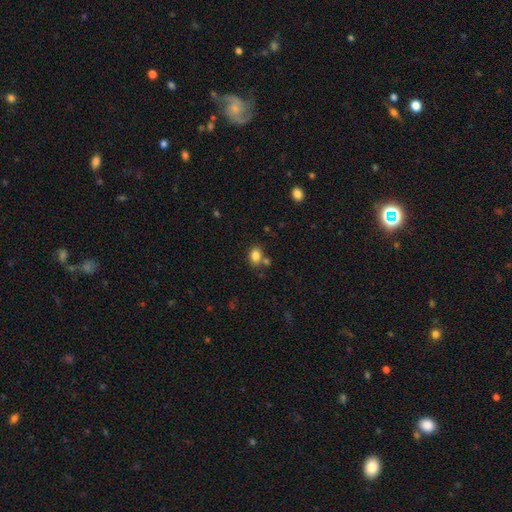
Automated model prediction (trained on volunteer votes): Smooth or featured: smooth — 83% (star or artifact — 11%)
How rounded: in between — 64% (round — 35%)
Merging: none — 66% (merger — 17%)